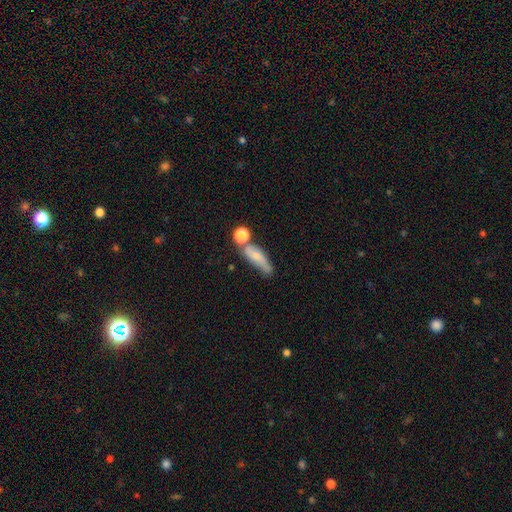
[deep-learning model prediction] smooth 56%, featured or disk 34%, star or artifact 11%. Down the decision tree: how rounded — in between (48%); merging — none (37%).